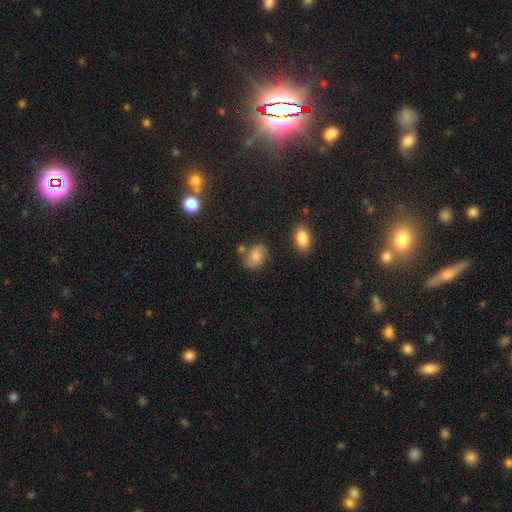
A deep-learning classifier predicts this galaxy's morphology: Smooth or featured?
  - smooth: 75% *
  - featured or disk: 15%
  - star or artifact: 10%
How rounded?
  - in between: 79% *
  - round: 20%
  - cigar-shaped: 2%
Merging?
  - none: 64% *
  - minor disturbance: 22%
  - merger: 8%
  - major disturbance: 6%